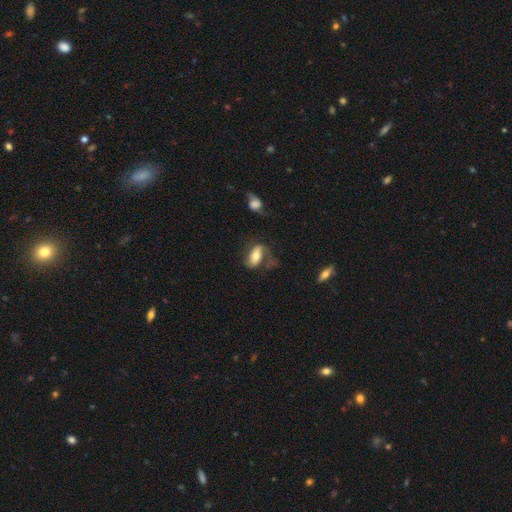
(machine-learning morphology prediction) A smooth galaxy with no disk features (48%). Merging: none (45%).